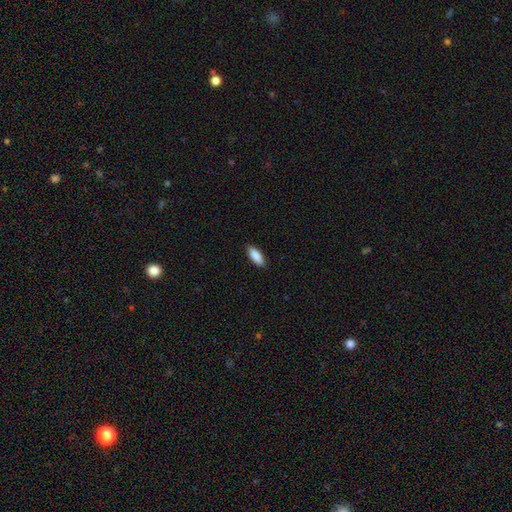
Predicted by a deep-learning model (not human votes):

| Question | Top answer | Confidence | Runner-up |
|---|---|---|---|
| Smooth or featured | smooth | 89% | star or artifact (6%) |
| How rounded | in between | 73% | cigar-shaped (25%) |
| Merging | none | 88% | minor disturbance (9%) |